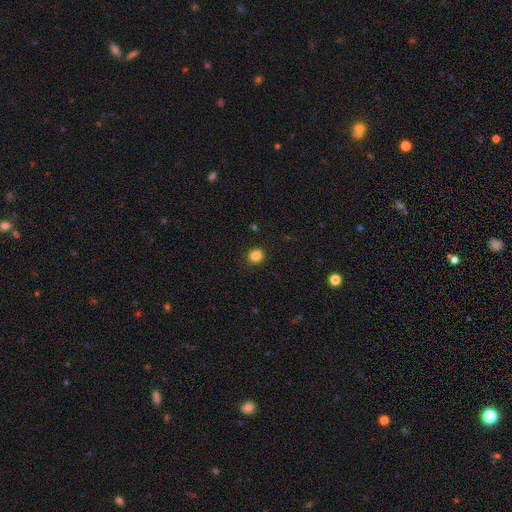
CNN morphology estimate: A smooth galaxy with no disk features (85%) that is round (85%). Merging: none (91%).